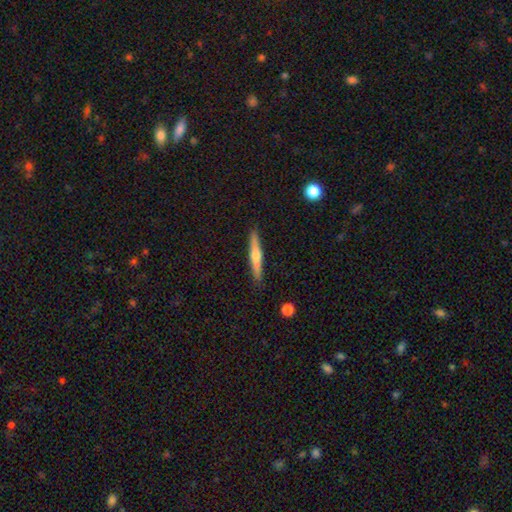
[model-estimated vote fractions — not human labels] A featured or disk galaxy (54%) viewed edge-on (97%) with a rounded central bulge (82%). Merging: none (90%).